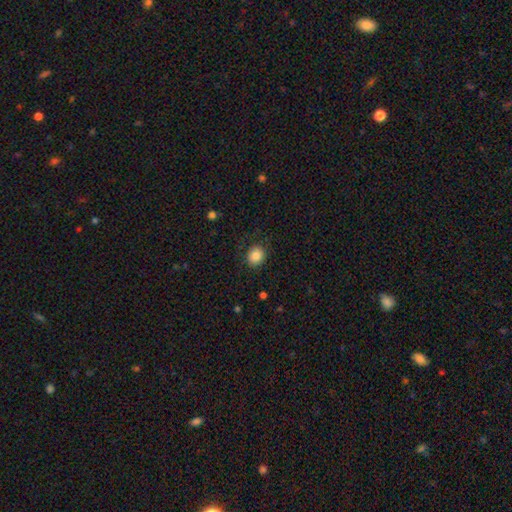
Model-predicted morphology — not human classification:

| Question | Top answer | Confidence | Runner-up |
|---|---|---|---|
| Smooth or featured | smooth | 85% | star or artifact (9%) |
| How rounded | round | 62% | in between (37%) |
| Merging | none | 85% | minor disturbance (11%) |